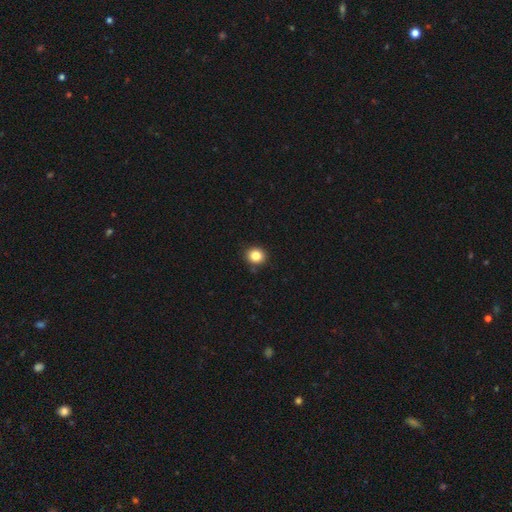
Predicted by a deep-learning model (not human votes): Q: Smooth or featured?
A: smooth (84%); runner-up: star or artifact (11%)
Q: How rounded?
A: round (86%); runner-up: in between (13%)
Q: Merging?
A: none (89%); runner-up: minor disturbance (8%)